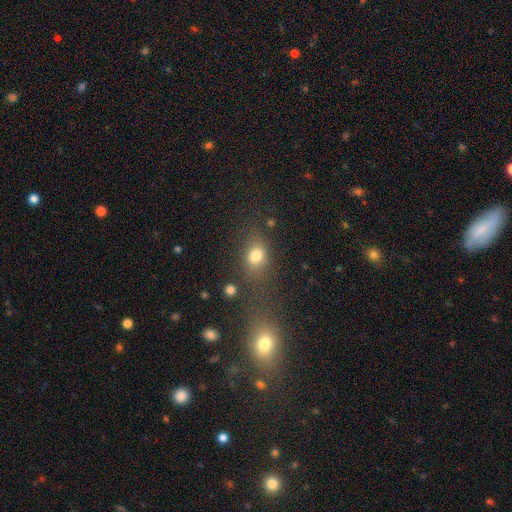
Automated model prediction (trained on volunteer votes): The model was most divided on "how rounded": in between: 58%, round: 38%, cigar-shaped: 4%. More confident: smooth or featured — smooth (76%); merging — none (58%).